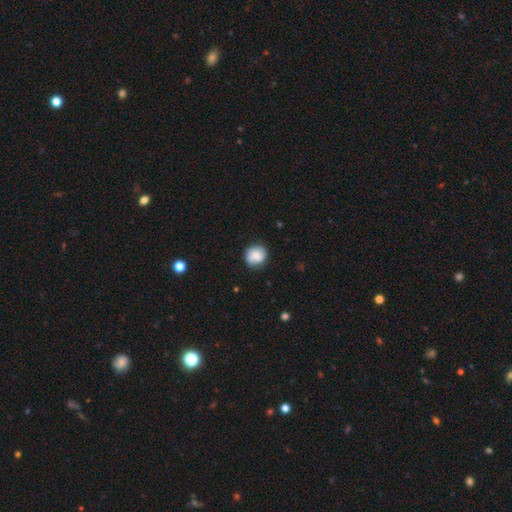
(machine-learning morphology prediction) smooth-or-featured: smooth: 78% | featured or disk: 14% | star or artifact: 8%
  how-rounded: round: 84% | in between: 15% | cigar-shaped: 1%
  merging: none: 75% | minor disturbance: 18% | major disturbance: 4% | merger: 2%